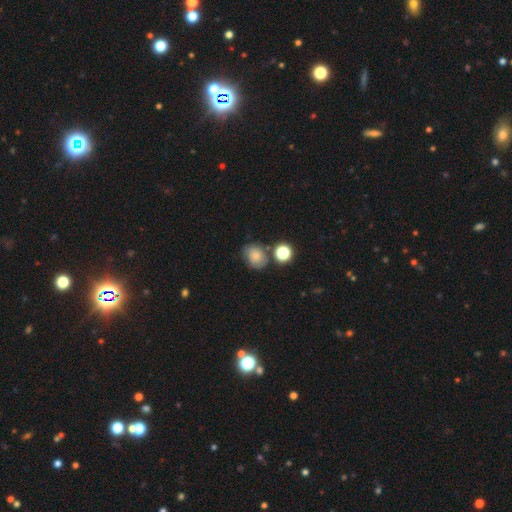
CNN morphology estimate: Q: Smooth or featured?
A: smooth (71%); runner-up: featured or disk (15%)
Q: How rounded?
A: round (53%); runner-up: in between (46%)
Q: Merging?
A: none (65%); runner-up: minor disturbance (18%)